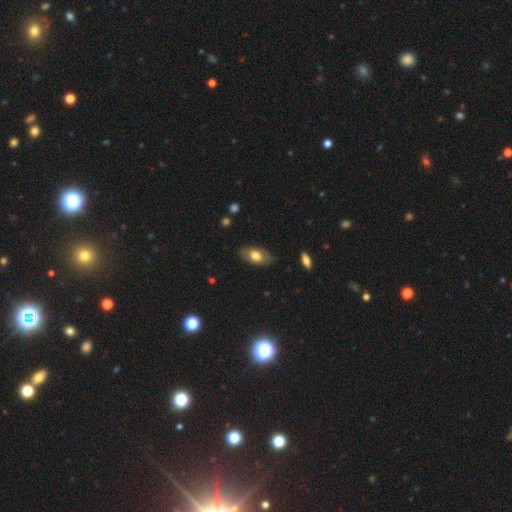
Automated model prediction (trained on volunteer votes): Smooth or featured? Predicted: smooth (p=0.68). How rounded? Predicted: in between (p=0.91). Merging? Predicted: none (p=0.81).